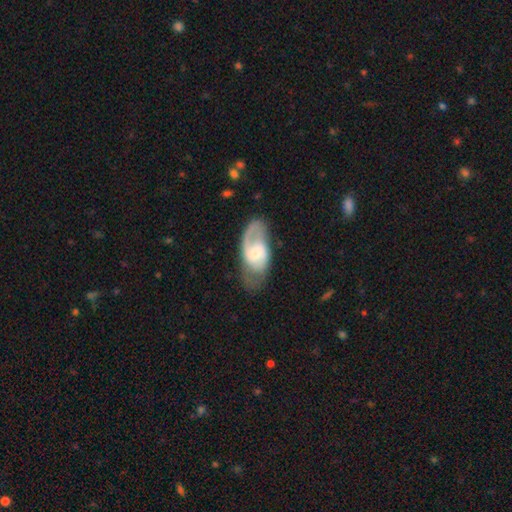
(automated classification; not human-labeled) featured or disk 71%, smooth 23%, star or artifact 6%. Down the decision tree: edge-on disk — no (93%); bar — no (60%); spiral arms — yes (84%); spiral arm count — 2 (51%); spiral winding — medium (44%); bulge size — small (55%); merging — none (60%).